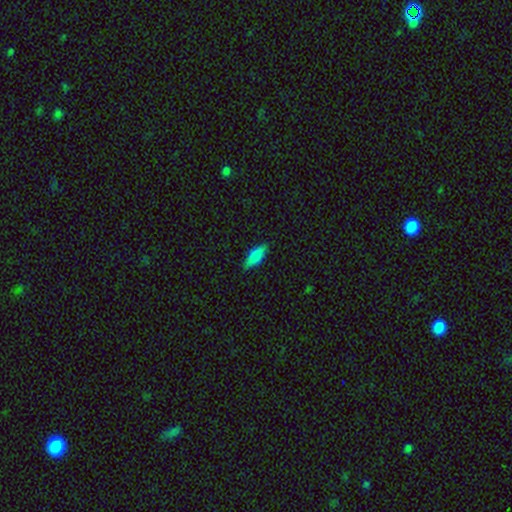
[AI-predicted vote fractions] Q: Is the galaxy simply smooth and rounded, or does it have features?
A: smooth — 76%.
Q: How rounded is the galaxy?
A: in between — 68%.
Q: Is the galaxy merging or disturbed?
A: none — 86%.